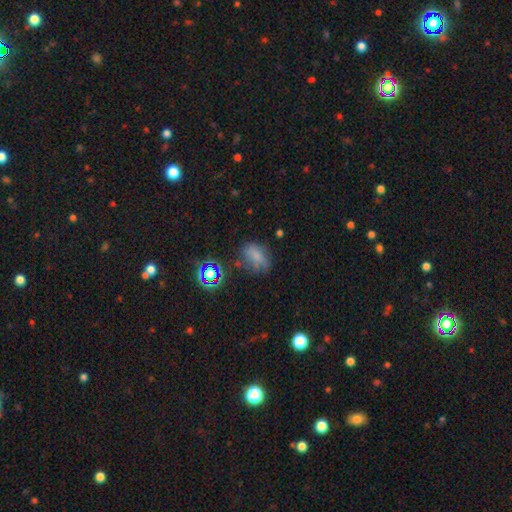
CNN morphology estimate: smooth 62%, star or artifact 23%, featured or disk 16%. Down the decision tree: how rounded — in between (73%); merging — none (55%).